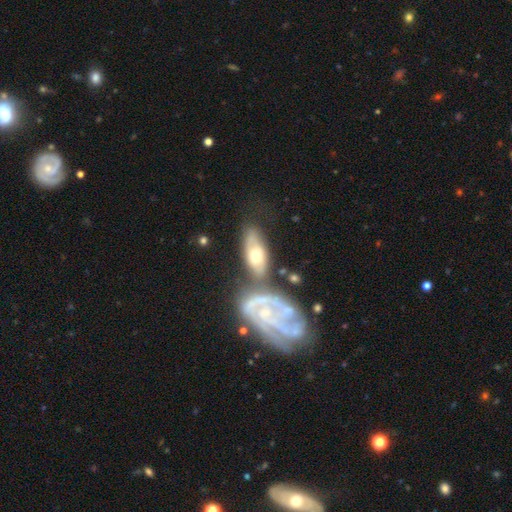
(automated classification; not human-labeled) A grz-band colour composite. It shows a featured or disk galaxy (55%). Merging: none (46%).